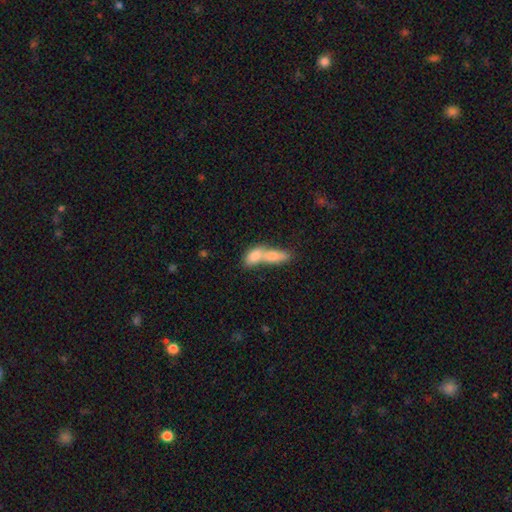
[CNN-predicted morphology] Smooth or featured: smooth — 77% (featured or disk — 16%)
How rounded: in between — 77% (cigar-shaped — 16%)
Merging: merger — 74% (none — 17%)